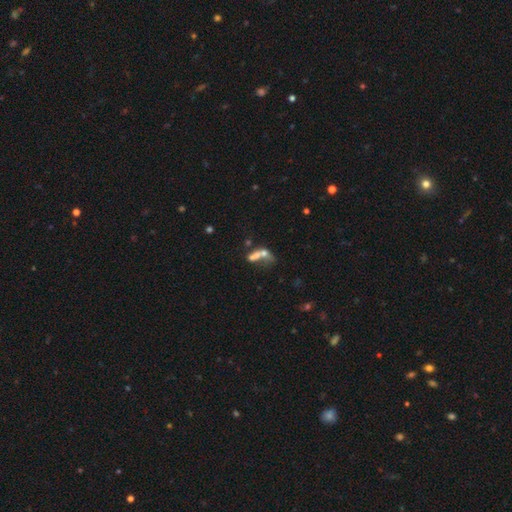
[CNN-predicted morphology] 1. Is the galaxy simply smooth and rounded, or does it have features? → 52% smooth, 33% featured or disk, 16% star or artifact.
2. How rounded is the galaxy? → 61% in between, 23% cigar-shaped, 16% round.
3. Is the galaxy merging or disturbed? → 58% merger, 19% none, 15% major disturbance, 8% minor disturbance.